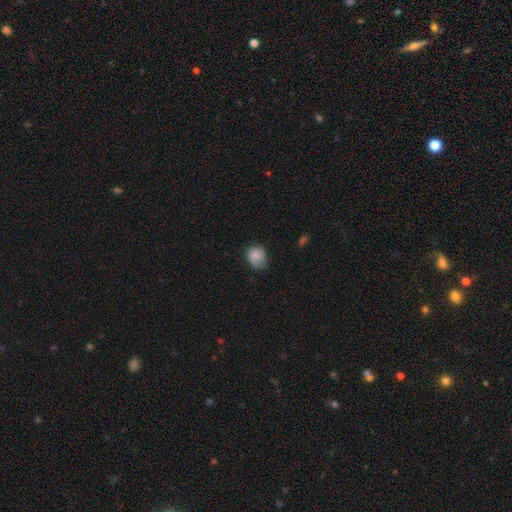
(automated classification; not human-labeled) Smooth or featured?
  - smooth: 75% *
  - featured or disk: 17%
  - star or artifact: 8%
How rounded?
  - round: 53% *
  - in between: 46%
  - cigar-shaped: 1%
Merging?
  - none: 52% *
  - minor disturbance: 34%
  - major disturbance: 12%
  - merger: 2%